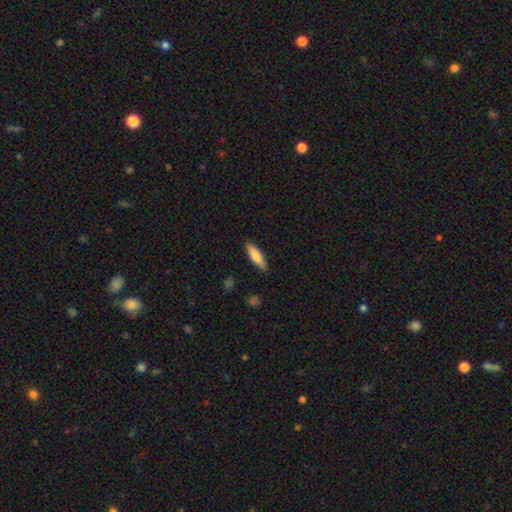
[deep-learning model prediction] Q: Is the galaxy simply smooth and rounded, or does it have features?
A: smooth — 81%.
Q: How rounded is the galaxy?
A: cigar-shaped — 59%.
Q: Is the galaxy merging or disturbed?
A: none — 87%.